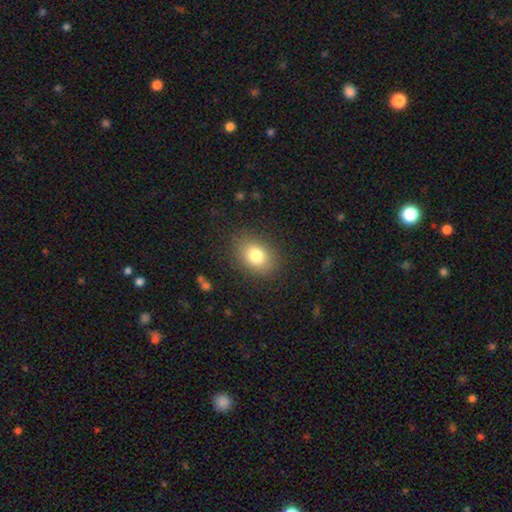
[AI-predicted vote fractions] Q: Smooth or featured?
A: smooth (80%); runner-up: featured or disk (10%)
Q: How rounded?
A: in between (66%); runner-up: round (33%)
Q: Merging?
A: none (85%); runner-up: minor disturbance (10%)